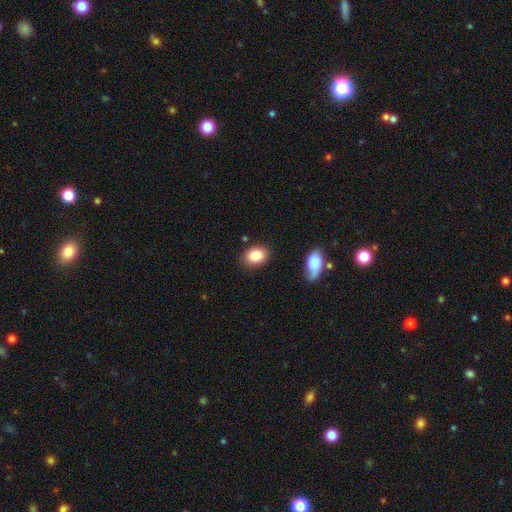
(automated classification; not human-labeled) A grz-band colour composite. It shows a smooth galaxy with no disk features (86%) that is in between round and cigar-shaped (67%). Merging: none (84%).